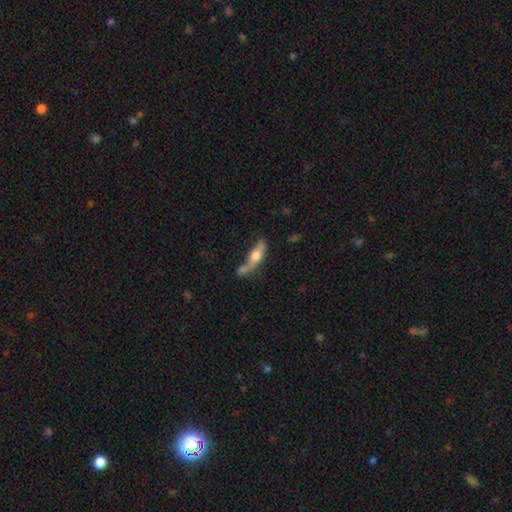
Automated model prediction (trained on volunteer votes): Smooth or featured? smooth (50%)
How rounded? cigar-shaped (63%)
Merging? none (38%)